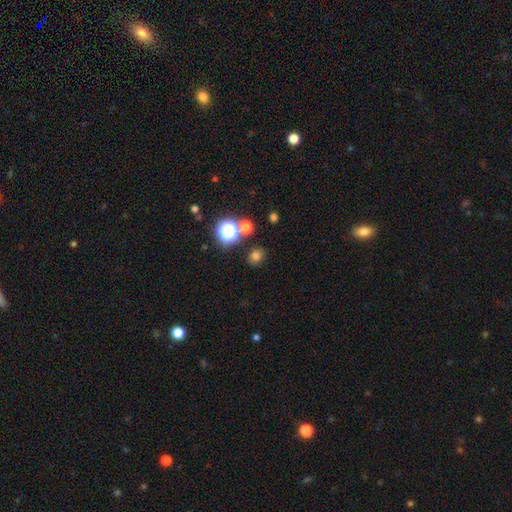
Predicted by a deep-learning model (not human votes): smooth_or_featured: smooth (p=0.73) [alt: star or artifact p=0.21]
how_rounded: round (p=0.69) [alt: in between p=0.30]
merging: none (p=0.83) [alt: minor disturbance p=0.09]